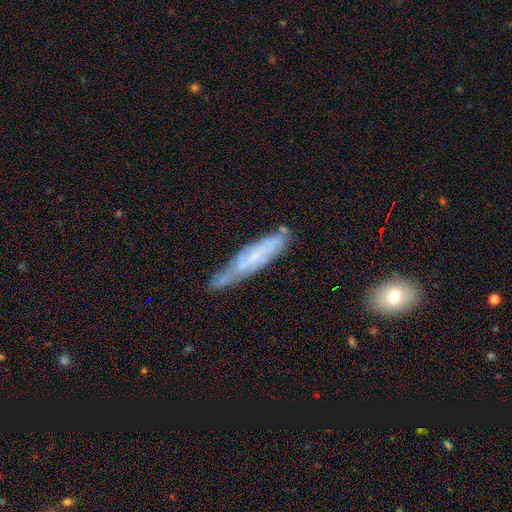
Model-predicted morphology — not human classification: Overall: featured or disk (52%; smooth 40%). Edge-on disk: no (51%; yes 49%). Merging: none (56%; minor disturbance 29%).